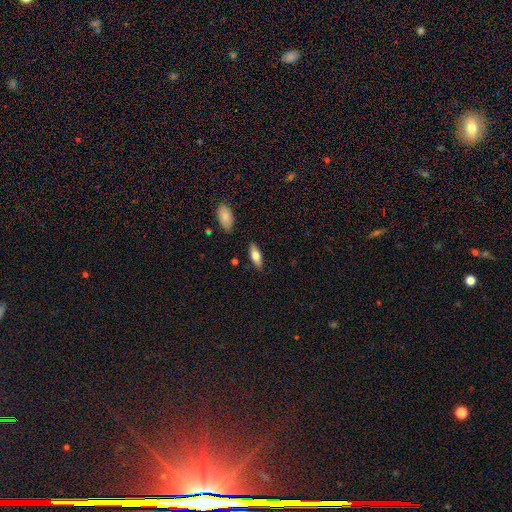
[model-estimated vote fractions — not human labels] A smooth galaxy with no disk features (72%) that is in between round and cigar-shaped (74%).

Vote fractions:
- Smooth or featured? smooth: 72% / featured or disk: 22% / star or artifact: 6%
- How rounded? in between: 74% / cigar-shaped: 23% / round: 2%
- Merging? none: 84% / minor disturbance: 11% / merger: 2% / major disturbance: 2%